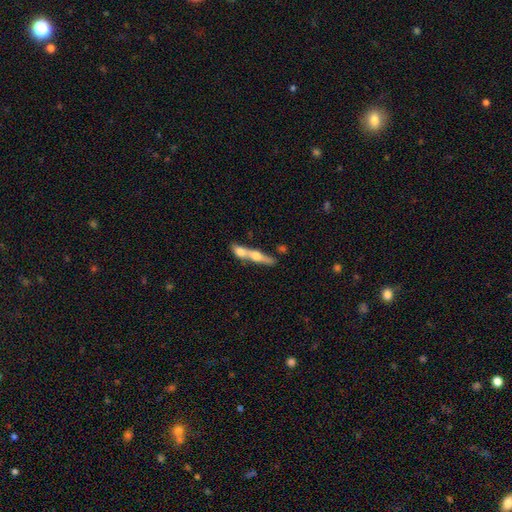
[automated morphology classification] Smooth or featured: featured or disk — 52% (smooth — 41%)
Edge-on disk: yes — 80% (no — 20%)
Merging: merger — 58% (none — 30%)